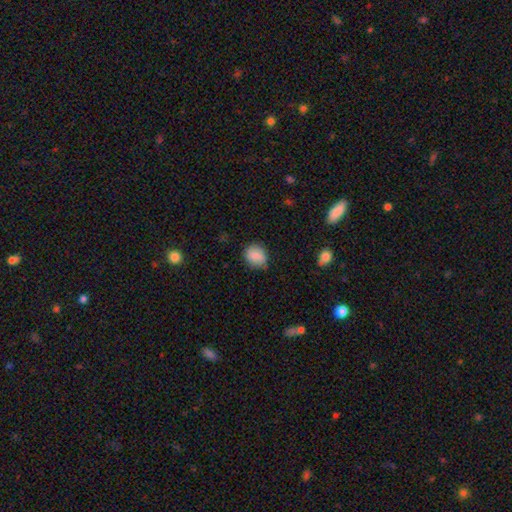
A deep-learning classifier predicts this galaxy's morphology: A smooth galaxy with no disk features (85%) that is round (63%). Merging: none (72%).